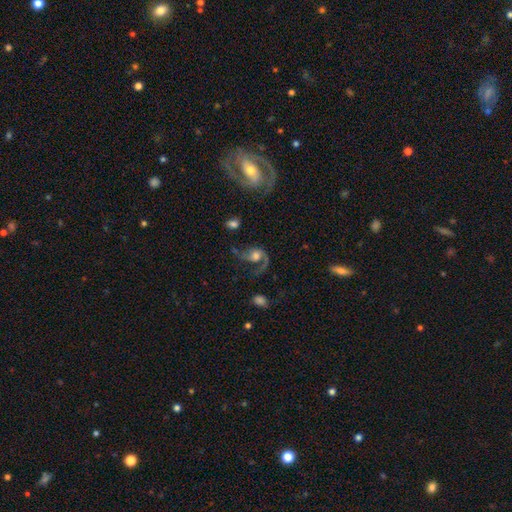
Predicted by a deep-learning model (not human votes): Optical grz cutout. It shows a featured or disk galaxy (78%) with no bar (64%), 2 (71%) loose (58%) spiral arms (93%) and a moderate central bulge (41%). Merging: none (45%).